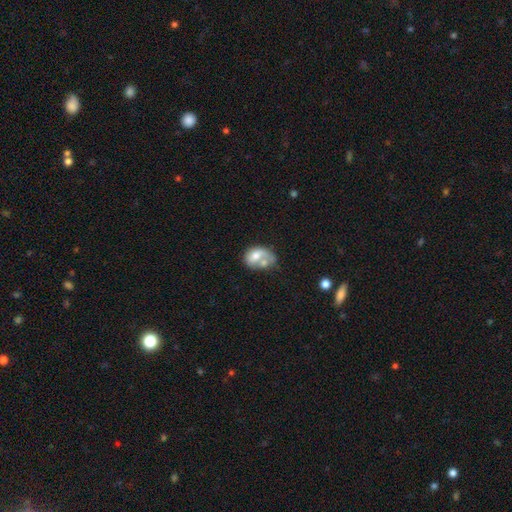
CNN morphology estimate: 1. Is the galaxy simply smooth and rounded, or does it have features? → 58% smooth, 34% featured or disk, 8% star or artifact.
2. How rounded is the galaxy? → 73% in between, 26% round, 1% cigar-shaped.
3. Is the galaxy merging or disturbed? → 45% merger, 20% major disturbance, 19% none, 16% minor disturbance.